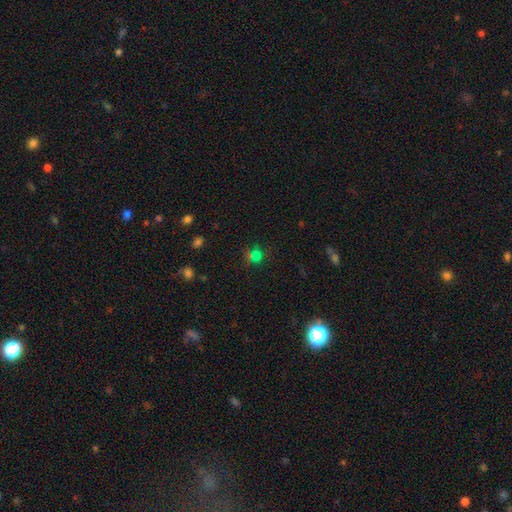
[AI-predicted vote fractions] smooth-or-featured: smooth: 57% | star or artifact: 34% | featured or disk: 9%
  how-rounded: round: 76% | in between: 22% | cigar-shaped: 2%
  merging: none: 58% | merger: 25% | minor disturbance: 12% | major disturbance: 6%